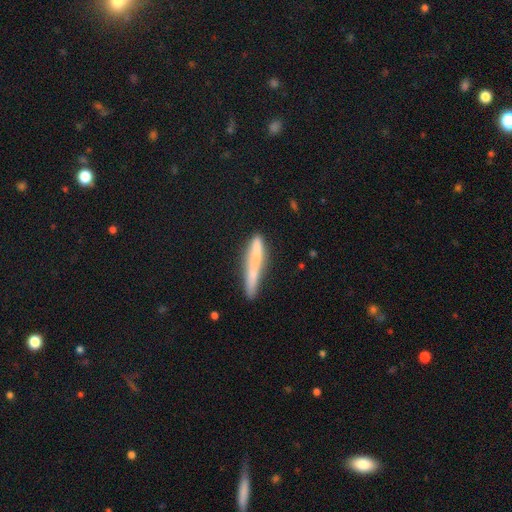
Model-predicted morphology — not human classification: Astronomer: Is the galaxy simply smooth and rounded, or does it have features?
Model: smooth — 62%.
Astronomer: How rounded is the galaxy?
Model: cigar-shaped — 95%.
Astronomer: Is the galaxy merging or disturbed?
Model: none — 72%.